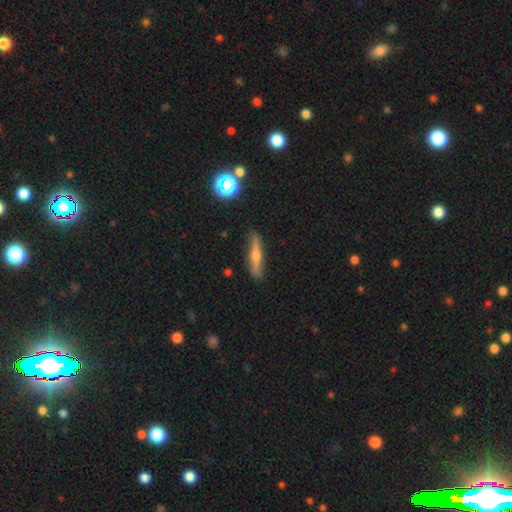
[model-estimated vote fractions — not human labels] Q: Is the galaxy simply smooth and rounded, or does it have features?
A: featured or disk — 58%.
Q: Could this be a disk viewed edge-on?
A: yes — 93%.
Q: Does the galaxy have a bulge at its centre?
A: rounded — 91%.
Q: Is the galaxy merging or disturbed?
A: none — 86%.